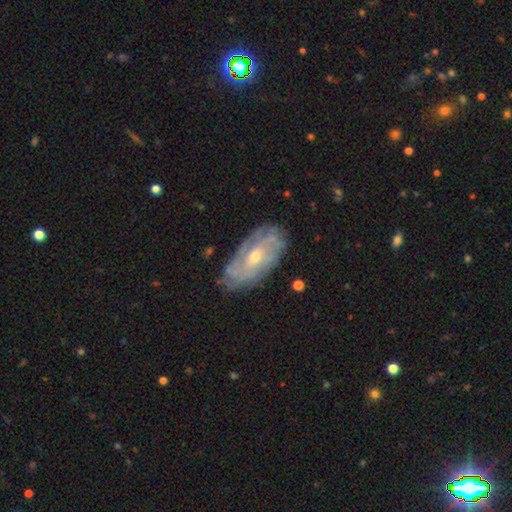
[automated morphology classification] smooth_or_featured: featured or disk (p=0.75) [alt: smooth p=0.18]
disk_edge_on: no (p=0.90) [alt: yes p=0.10]
bar: no (p=0.53) [alt: weak p=0.37]
has_spiral_arms: yes (p=0.84) [alt: no p=0.16]
spiral_winding: tight (p=0.64) [alt: medium p=0.26]
spiral_arm_count: can't tell (p=0.56) [alt: 2 p=0.16]
bulge_size: small (p=0.52) [alt: moderate p=0.45]
merging: none (p=0.79) [alt: minor disturbance p=0.16]